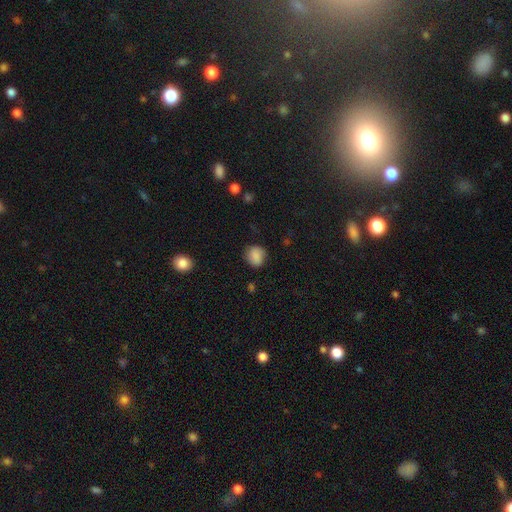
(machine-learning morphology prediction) This is clearly a smooth galaxy (84%). How rounded: likely round (72%). Merging: likely none (76%).